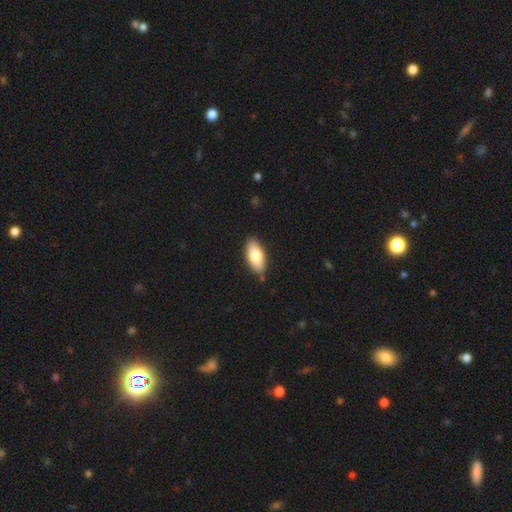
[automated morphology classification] Smooth or featured: smooth — 76% (featured or disk — 18%)
How rounded: in between — 88% (cigar-shaped — 10%)
Merging: none — 86% (minor disturbance — 10%)